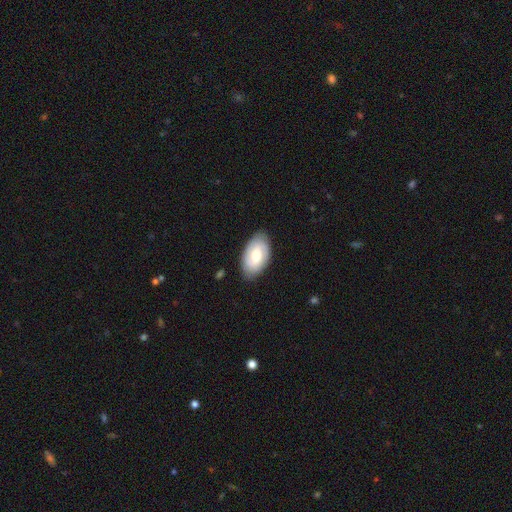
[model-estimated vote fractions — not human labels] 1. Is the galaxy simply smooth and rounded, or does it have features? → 55% featured or disk, 39% smooth, 6% star or artifact.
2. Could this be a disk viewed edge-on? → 95% no, 5% yes.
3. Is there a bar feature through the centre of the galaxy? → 50% no, 41% weak, 9% strong.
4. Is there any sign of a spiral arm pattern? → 84% yes, 16% no.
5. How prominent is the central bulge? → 56% moderate, 19% large, 19% small, 4% none, 2% dominant.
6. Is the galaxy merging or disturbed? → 83% none, 13% minor disturbance, 3% major disturbance, 1% merger.